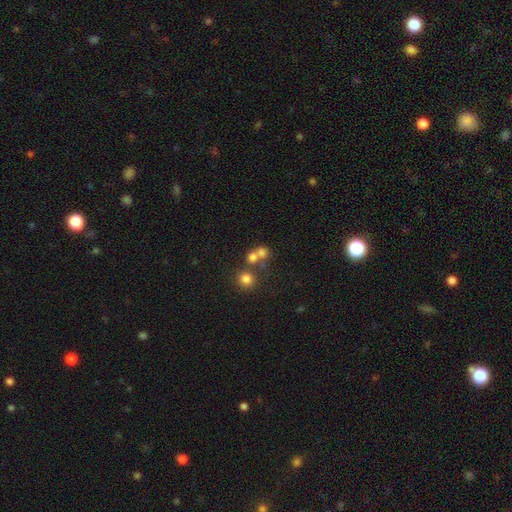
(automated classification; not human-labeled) Smooth or featured? smooth (69%)
How rounded? round (79%)
Merging? merger (48%)